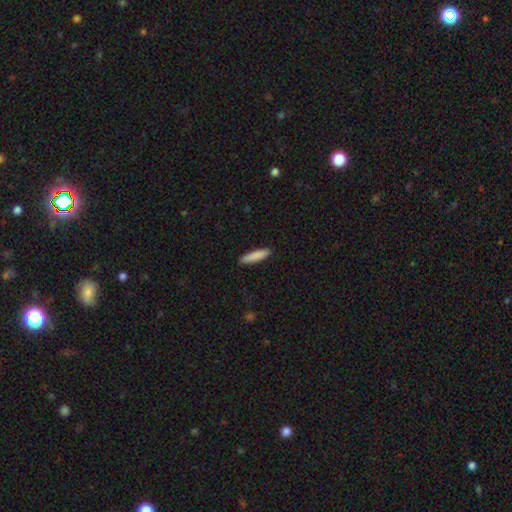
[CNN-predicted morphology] smooth-or-featured: smooth: 87% | featured or disk: 7% | star or artifact: 6%
  how-rounded: cigar-shaped: 80% | in between: 19% | round: 1%
  merging: none: 91% | minor disturbance: 7% | major disturbance: 2% | merger: 1%